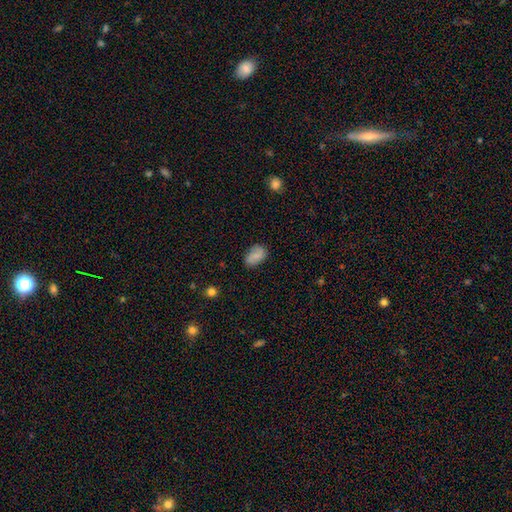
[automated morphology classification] Smooth or featured? smooth (75%)
How rounded? in between (89%)
Merging? none (74%)